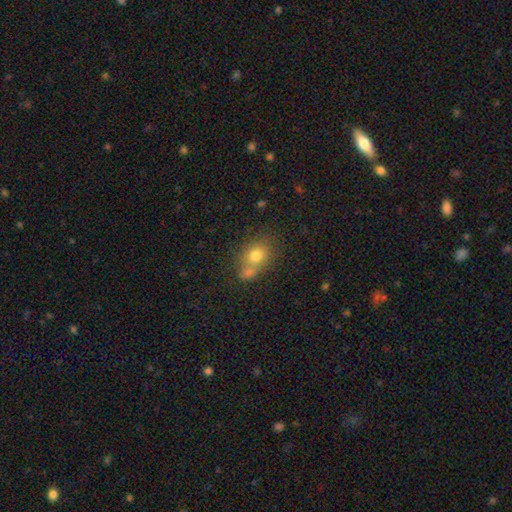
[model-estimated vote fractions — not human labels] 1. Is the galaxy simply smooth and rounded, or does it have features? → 75% smooth, 13% featured or disk, 12% star or artifact.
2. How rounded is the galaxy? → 58% round, 41% in between, 1% cigar-shaped.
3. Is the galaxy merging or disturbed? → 45% none, 39% merger, 12% minor disturbance, 4% major disturbance.